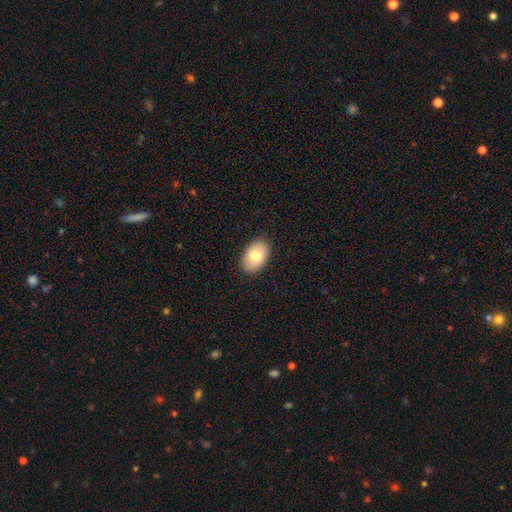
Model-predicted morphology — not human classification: Q: Smooth or featured?
A: smooth (78%); runner-up: featured or disk (16%)
Q: How rounded?
A: in between (91%); runner-up: round (8%)
Q: Merging?
A: none (88%); runner-up: minor disturbance (9%)